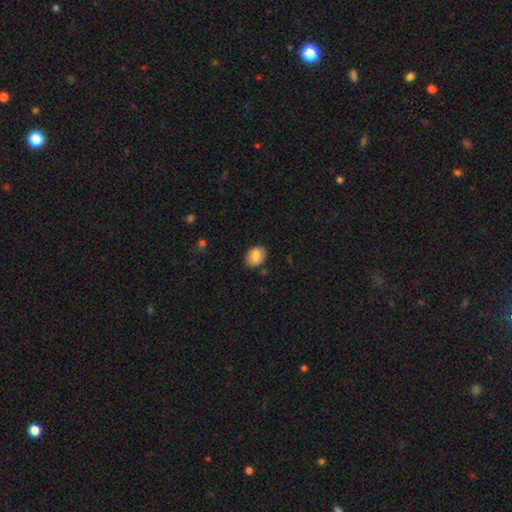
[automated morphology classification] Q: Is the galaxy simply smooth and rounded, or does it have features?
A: smooth — 83%.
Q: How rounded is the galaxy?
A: in between — 65%.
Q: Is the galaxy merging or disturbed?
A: none — 80%.